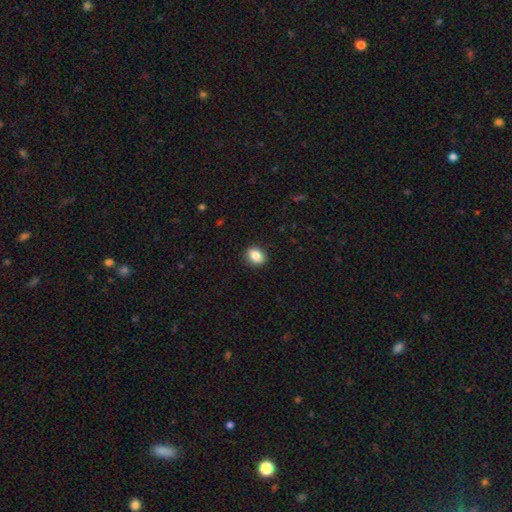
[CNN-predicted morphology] Smooth or featured?
  - smooth: 85% *
  - star or artifact: 9%
  - featured or disk: 6%
How rounded?
  - in between: 59% *
  - round: 40%
  - cigar-shaped: 1%
Merging?
  - none: 90% *
  - minor disturbance: 7%
  - major disturbance: 2%
  - merger: 1%